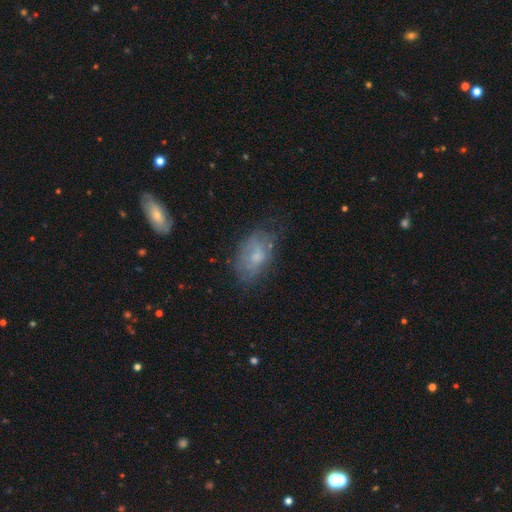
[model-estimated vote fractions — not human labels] This appears to be a smooth galaxy with no disk features (54%) that is in between round and cigar-shaped (89%). Merging: none (55%).